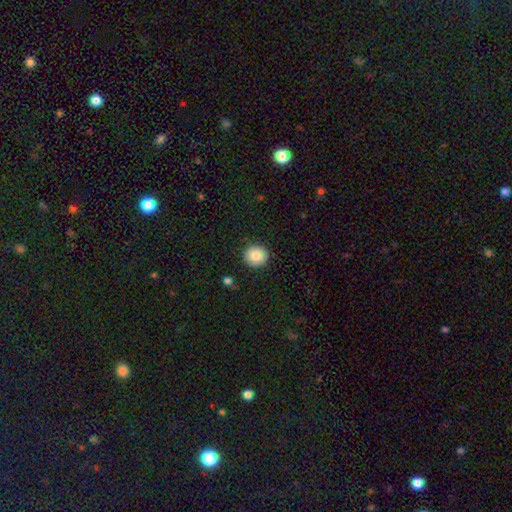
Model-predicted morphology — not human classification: Smooth or featured?
  - smooth: 88% *
  - star or artifact: 8%
  - featured or disk: 4%
How rounded?
  - round: 87% *
  - in between: 12%
  - cigar-shaped: 1%
Merging?
  - none: 90% *
  - minor disturbance: 7%
  - major disturbance: 2%
  - merger: 1%